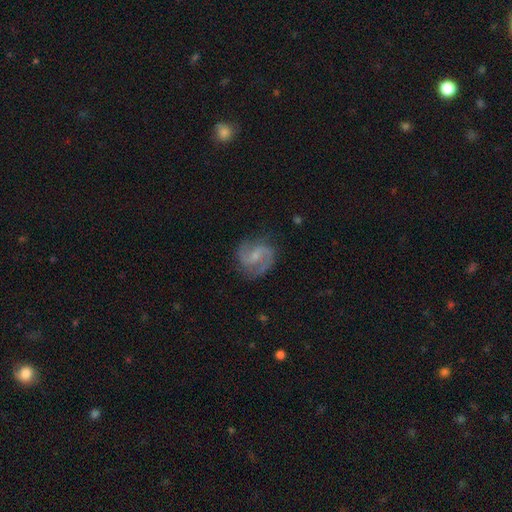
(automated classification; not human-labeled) This appears to be a featured or disk galaxy (85%) with a weak bar (52%), 2 (90%) medium (56%) spiral arms (97%) and a small central bulge (58%). Merging: none (77%).